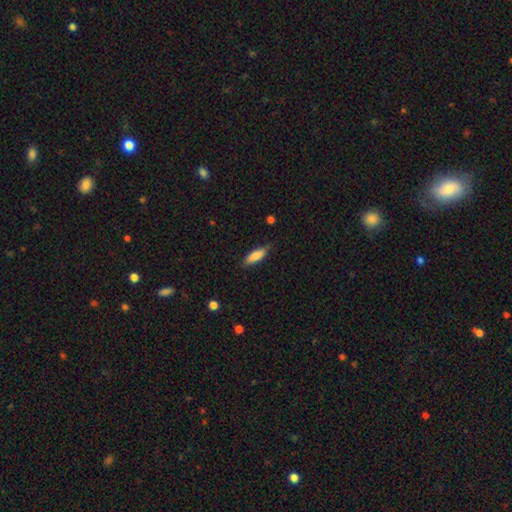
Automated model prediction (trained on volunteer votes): Smooth or featured: smooth — 83% (featured or disk — 11%)
How rounded: in between — 56% (cigar-shaped — 42%)
Merging: none — 74% (minor disturbance — 20%)